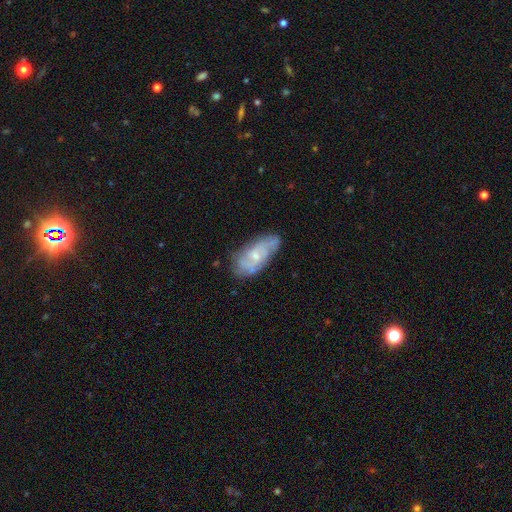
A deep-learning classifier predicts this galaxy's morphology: Smooth or featured: featured or disk — 63% (smooth — 30%)
Edge-on disk: no — 93% (yes — 7%)
Bar: no — 66% (weak — 30%)
Spiral arms: yes — 77% (no — 23%)
Bulge size: small — 61% (moderate — 33%)
Merging: none — 62% (minor disturbance — 27%)